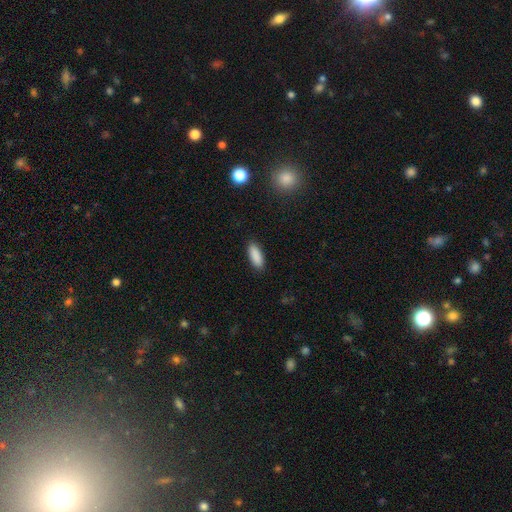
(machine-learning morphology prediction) A smooth galaxy with no disk features (90%) that is in between round and cigar-shaped (71%). Merging: none (88%).